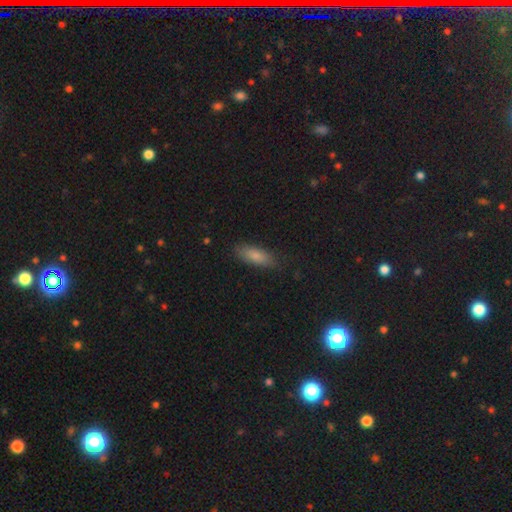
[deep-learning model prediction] smooth 83%, featured or disk 10%, star or artifact 7%. Down the decision tree: how rounded — in between (68%); merging — none (81%).